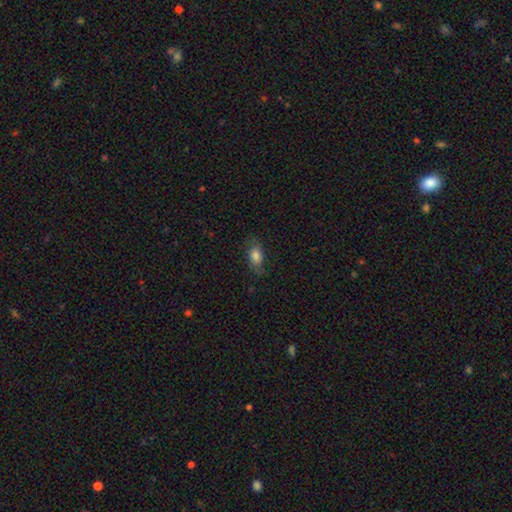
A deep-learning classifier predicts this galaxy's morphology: smooth_or_featured: smooth (p=0.73) [alt: featured or disk p=0.18]
how_rounded: in between (p=0.87) [alt: round p=0.09]
merging: none (p=0.70) [alt: minor disturbance p=0.21]